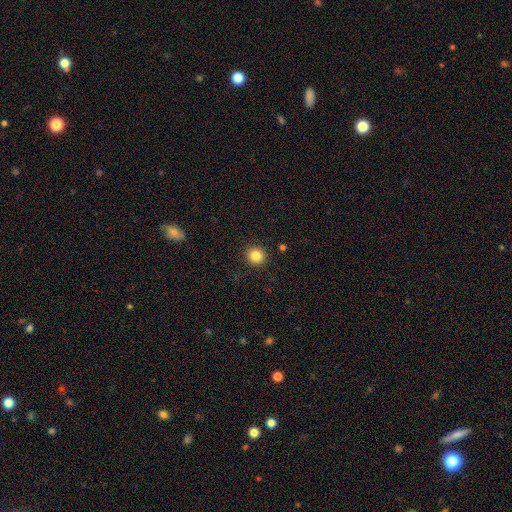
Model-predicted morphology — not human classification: Smooth or featured: smooth — 84% (star or artifact — 11%)
How rounded: round — 93% (in between — 6%)
Merging: none — 91% (minor disturbance — 6%)